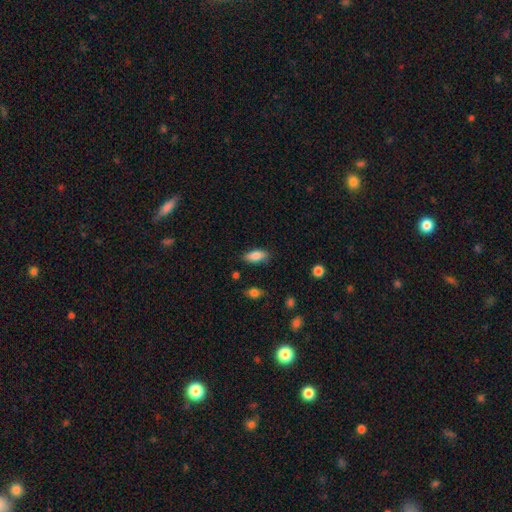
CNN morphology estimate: Overall: smooth (83%). How rounded: in between (85%). Merging: none (79%).